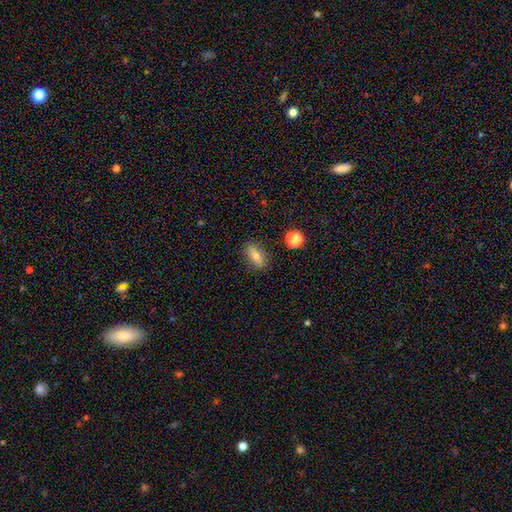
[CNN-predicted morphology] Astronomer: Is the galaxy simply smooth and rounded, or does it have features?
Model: smooth — 68%.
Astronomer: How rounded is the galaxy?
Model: in between — 78%.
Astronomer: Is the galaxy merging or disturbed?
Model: none — 85%.